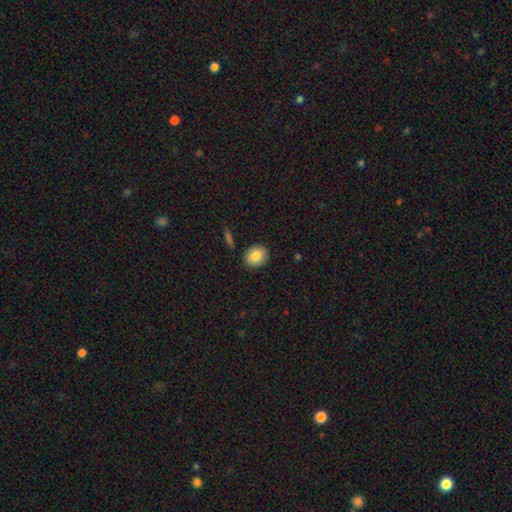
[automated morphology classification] Smooth or featured: smooth — 85% (star or artifact — 8%)
How rounded: round — 55% (in between — 44%)
Merging: none — 88% (minor disturbance — 8%)